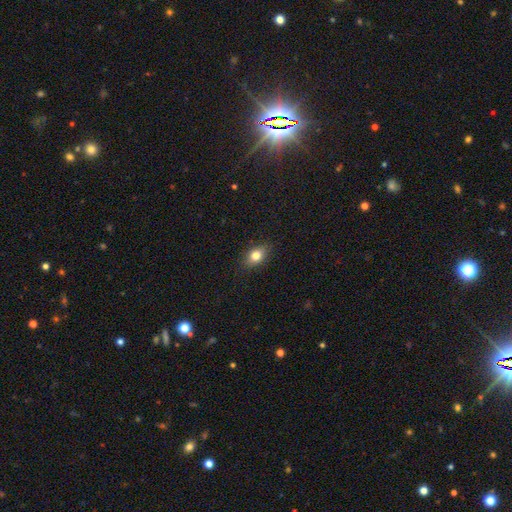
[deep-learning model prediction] Q: Smooth or featured?
A: smooth (78%); runner-up: featured or disk (12%)
Q: How rounded?
A: in between (76%); runner-up: round (20%)
Q: Merging?
A: none (86%); runner-up: minor disturbance (11%)